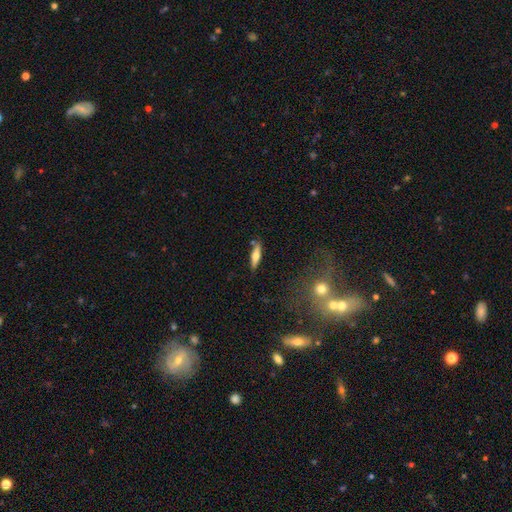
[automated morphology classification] Smooth or featured? smooth (58%)
How rounded? cigar-shaped (68%)
Merging? none (83%)